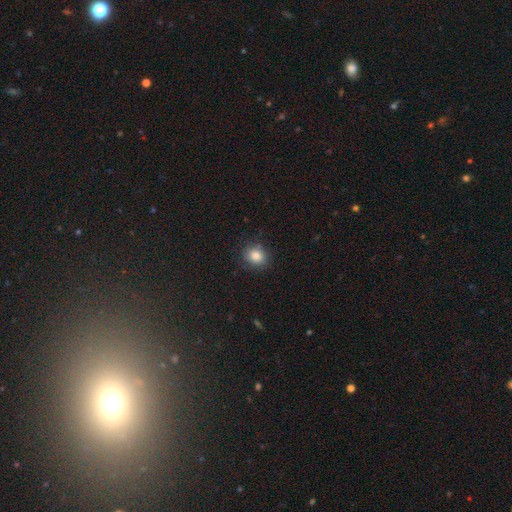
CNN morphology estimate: smooth 84%, star or artifact 10%, featured or disk 6%. Down the decision tree: how rounded — round (68%); merging — none (79%).